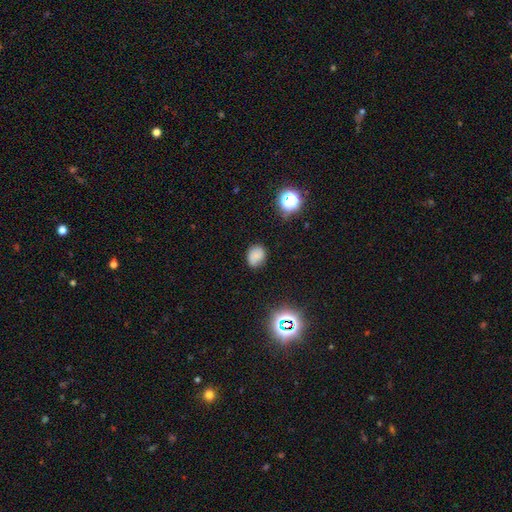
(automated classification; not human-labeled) A smooth galaxy with no disk features (74%) that is in between round and cigar-shaped (53%). Merging: none (71%).